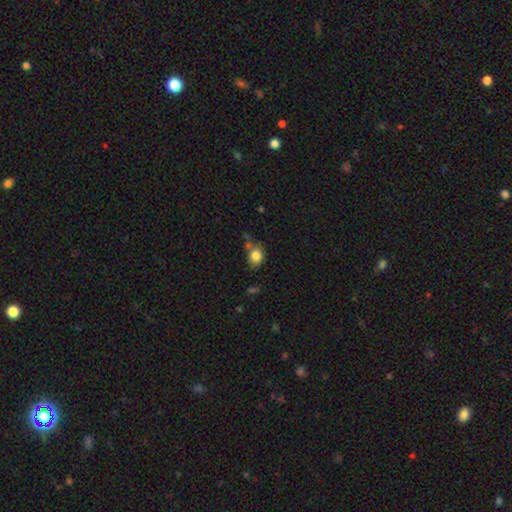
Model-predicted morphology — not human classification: Smooth or featured? Predicted: smooth (p=0.82). How rounded? Predicted: in between (p=0.55). Merging? Predicted: none (p=0.56).